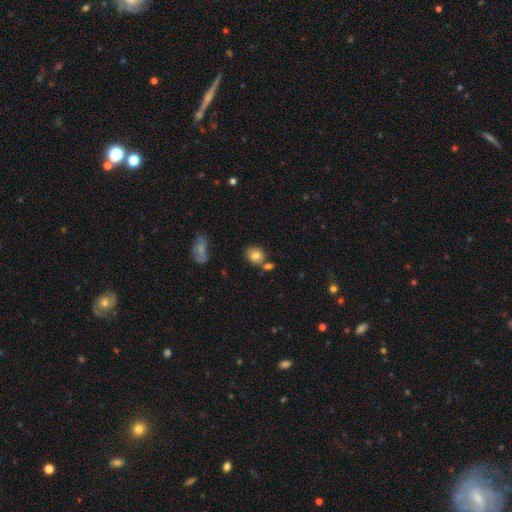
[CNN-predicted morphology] Smooth or featured? Predicted: smooth (p=0.79). How rounded? Predicted: round (p=0.56). Merging? Predicted: none (p=0.61).